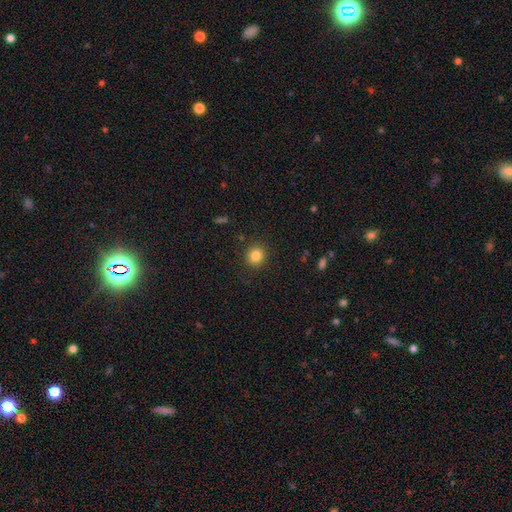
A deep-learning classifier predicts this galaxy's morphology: A smooth galaxy with no disk features (84%) that is round (86%). Merging: none (90%).